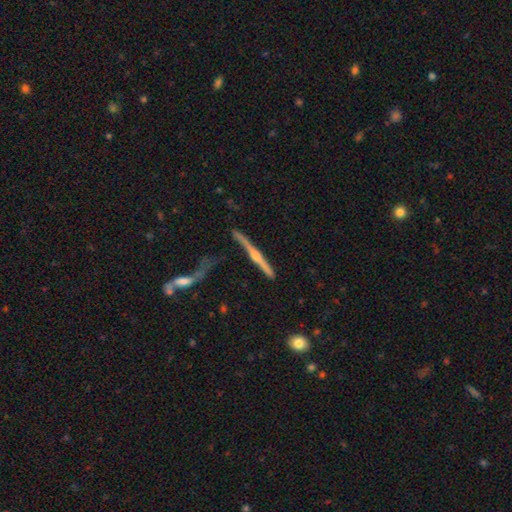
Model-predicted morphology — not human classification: A featured or disk galaxy (80%) viewed edge-on (97%) with a rounded central bulge (83%).

Vote fractions:
- Smooth or featured? featured or disk: 80% / smooth: 14% / star or artifact: 6%
- Edge-on disk? yes: 97% / no: 3%
- Edge-on bulge? rounded: 83% / none: 10% / boxy: 7%
- Merging? none: 71% / minor disturbance: 15% / merger: 8% / major disturbance: 6%